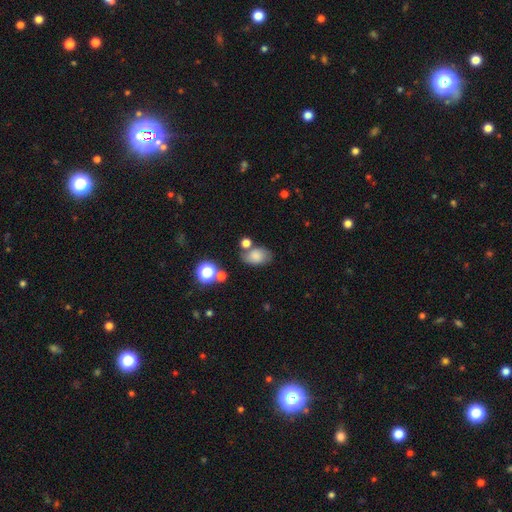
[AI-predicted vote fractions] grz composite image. It shows a smooth galaxy with no disk features (77%) that is in between round and cigar-shaped (82%). Merging: none (58%).